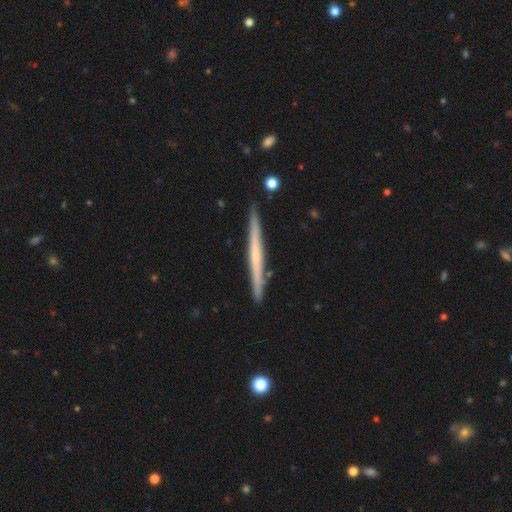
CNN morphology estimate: smooth-or-featured: featured or disk: 55% | smooth: 39% | star or artifact: 5%
  disk-edge-on: yes: 97% | no: 3%
    edge-on-bulge: none: 80% | rounded: 15% | boxy: 5%
  merging: none: 90% | minor disturbance: 7% | merger: 1% | major disturbance: 1%